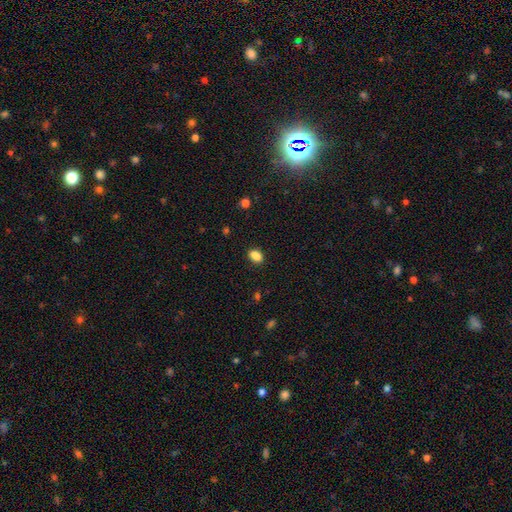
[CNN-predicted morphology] Overall: smooth (85%). How rounded: in between (81%). Merging: none (79%).